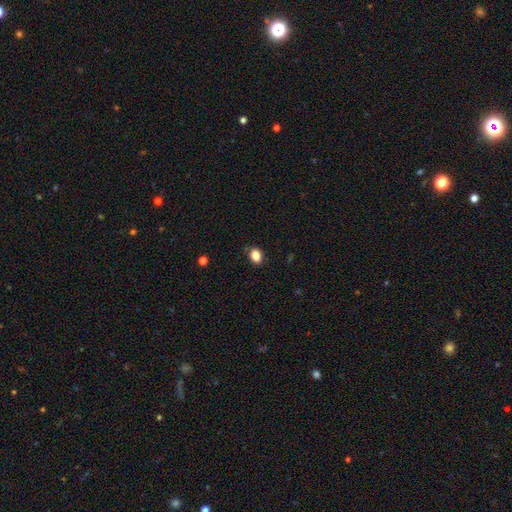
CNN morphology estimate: Smooth or featured? Predicted: smooth (p=0.85). How rounded? Predicted: in between (p=0.69). Merging? Predicted: none (p=0.85).